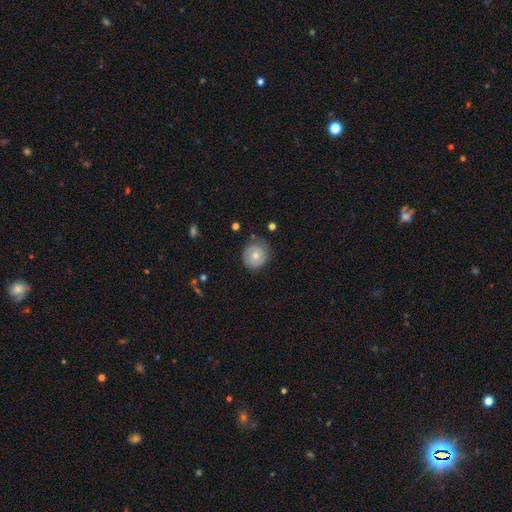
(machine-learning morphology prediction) smooth-or-featured: smooth: 55% | featured or disk: 37% | star or artifact: 8%
  how-rounded: round: 88% | in between: 11% | cigar-shaped: 1%
  merging: none: 75% | minor disturbance: 18% | major disturbance: 5% | merger: 2%